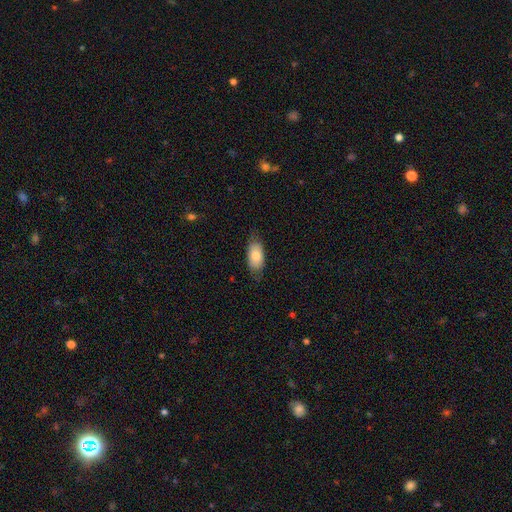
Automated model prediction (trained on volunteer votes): Smooth or featured? smooth (81%)
How rounded? in between (91%)
Merging? none (74%)